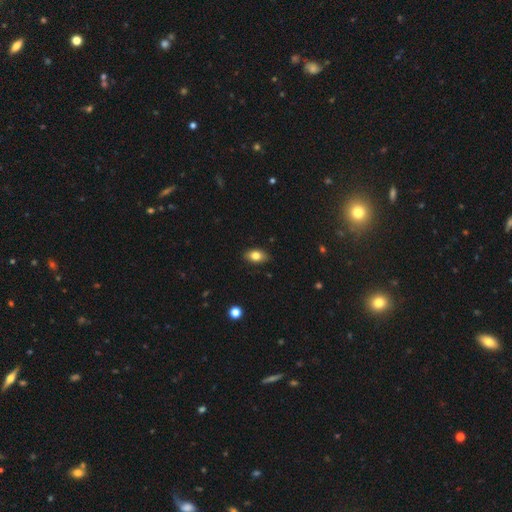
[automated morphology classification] smooth-or-featured: smooth: 81% | featured or disk: 11% | star or artifact: 8%
  how-rounded: in between: 87% | round: 10% | cigar-shaped: 2%
  merging: none: 86% | minor disturbance: 11% | major disturbance: 2% | merger: 1%